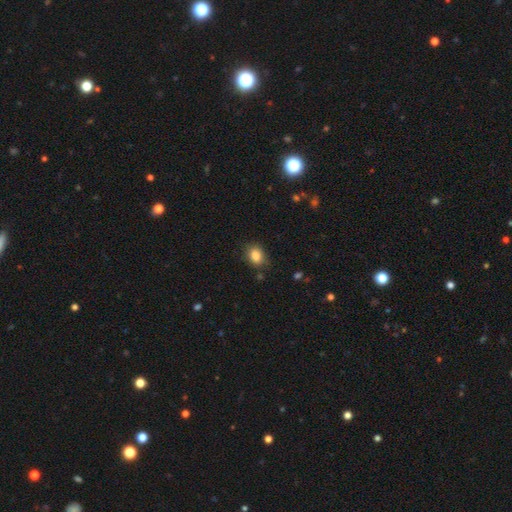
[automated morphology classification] smooth 85%, star or artifact 9%, featured or disk 5%. Down the decision tree: how rounded — in between (64%); merging — none (81%).